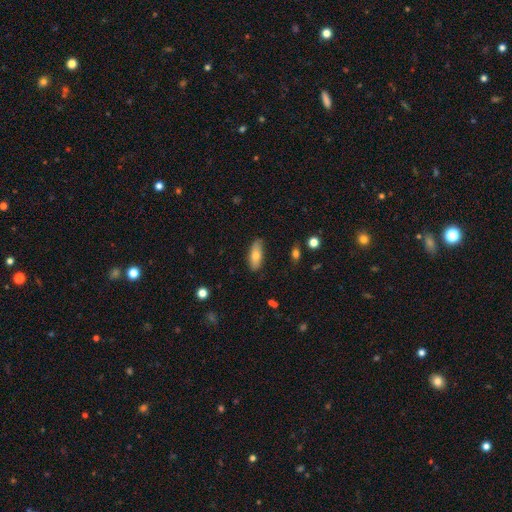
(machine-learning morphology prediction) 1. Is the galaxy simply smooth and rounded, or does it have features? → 69% smooth, 24% featured or disk, 7% star or artifact.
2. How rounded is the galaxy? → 68% in between, 29% cigar-shaped, 3% round.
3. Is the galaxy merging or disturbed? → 82% none, 14% minor disturbance, 2% major disturbance, 1% merger.